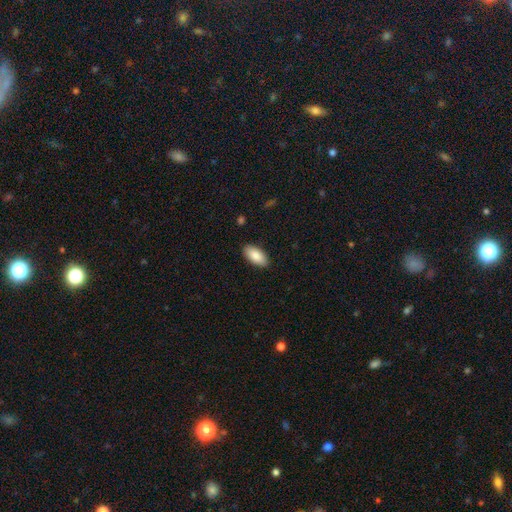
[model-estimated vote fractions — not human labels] smooth 86%, featured or disk 8%, star or artifact 6%. Down the decision tree: how rounded — in between (92%); merging — none (88%).